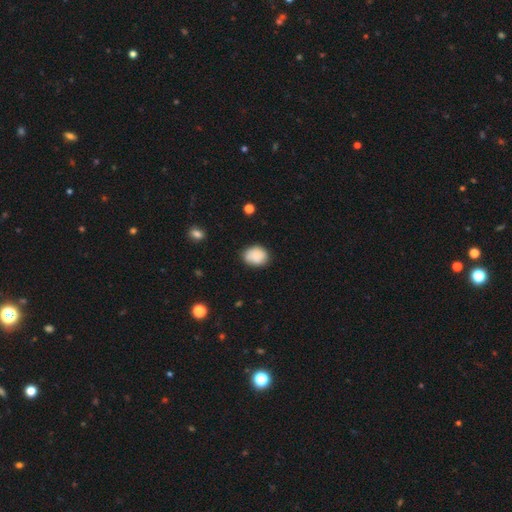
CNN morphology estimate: smooth 87%, star or artifact 8%, featured or disk 5%. Down the decision tree: how rounded — in between (54%); merging — none (76%).